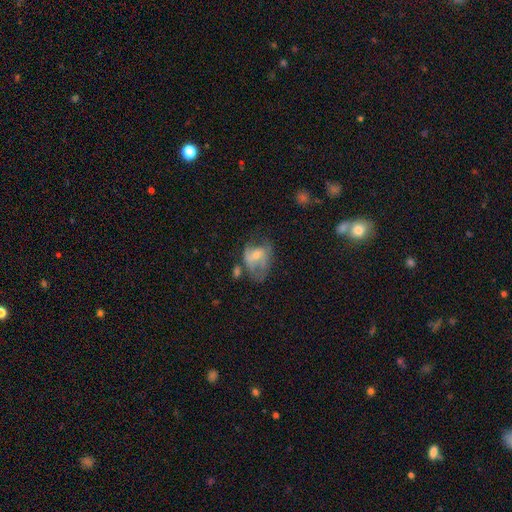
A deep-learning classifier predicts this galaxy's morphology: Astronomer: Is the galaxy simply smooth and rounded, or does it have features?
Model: featured or disk — 50% (runner-up: smooth, 41%).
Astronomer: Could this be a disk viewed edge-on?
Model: no — 96%.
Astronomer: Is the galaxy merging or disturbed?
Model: major disturbance — 36% (runner-up: none, 27%).